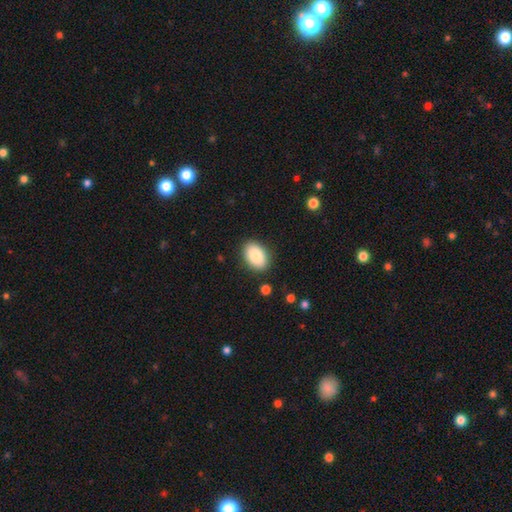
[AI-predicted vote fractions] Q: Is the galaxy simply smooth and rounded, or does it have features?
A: smooth — 86%.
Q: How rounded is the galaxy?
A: in between — 88%.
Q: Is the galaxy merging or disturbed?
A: none — 88%.